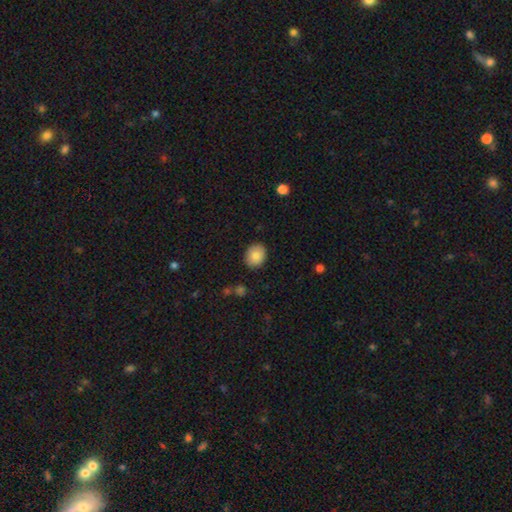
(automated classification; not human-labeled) Smooth or featured? Predicted: smooth (p=0.83). How rounded? Predicted: round (p=0.54). Merging? Predicted: none (p=0.88).